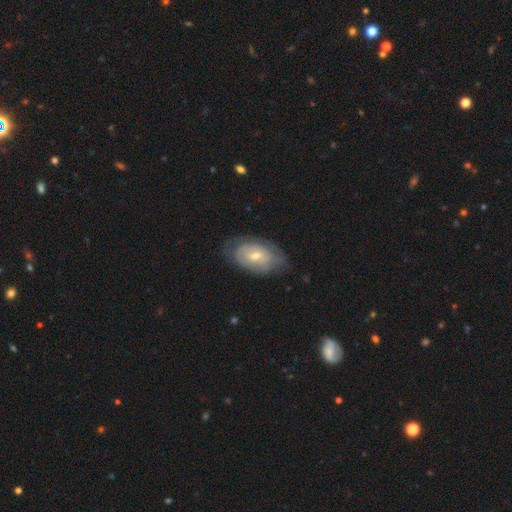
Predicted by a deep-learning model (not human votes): A featured or disk galaxy (59%) with no bar (57%), spiral arms (62%) and a moderate central bulge (52%). Merging: none (69%).